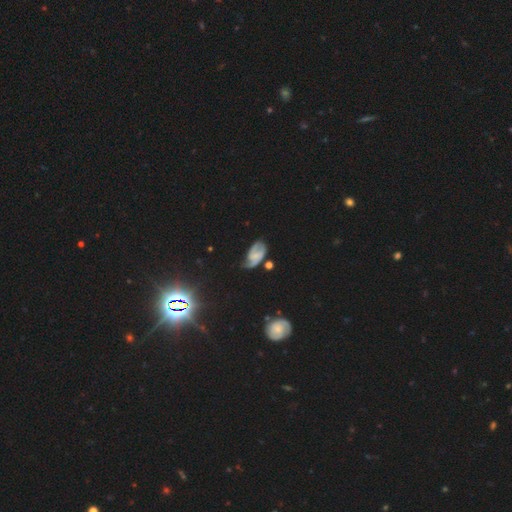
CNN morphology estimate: Overall: featured or disk (65%; smooth 26%). Edge-on disk: no (96%). Bar: no (49%; weak 39%). Spiral arms: yes (89%). Spiral arm count: 2 (64%). Spiral winding: medium (42%; tight 34%). Bulge size: small (49%; none 34%). Merging: none (44%; minor disturbance 32%).